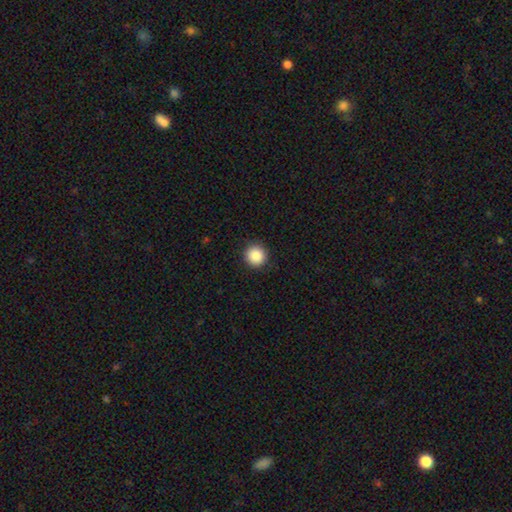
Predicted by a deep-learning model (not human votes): smooth_or_featured: smooth (p=0.87) [alt: star or artifact p=0.09]
how_rounded: round (p=0.95) [alt: in between p=0.04]
merging: none (p=0.91) [alt: minor disturbance p=0.06]